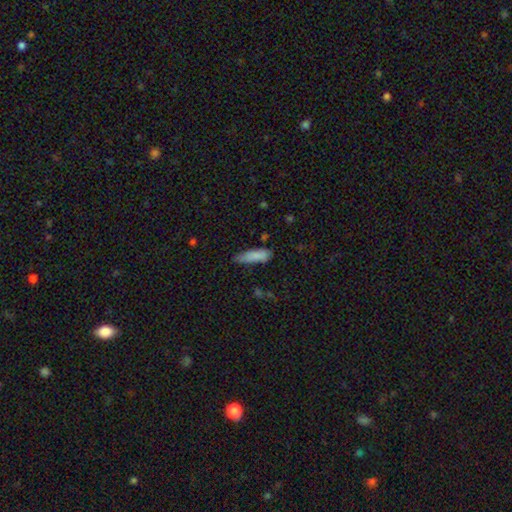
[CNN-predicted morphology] smooth 83%, featured or disk 9%, star or artifact 7%. Down the decision tree: how rounded — cigar-shaped (61%); merging — none (61%).